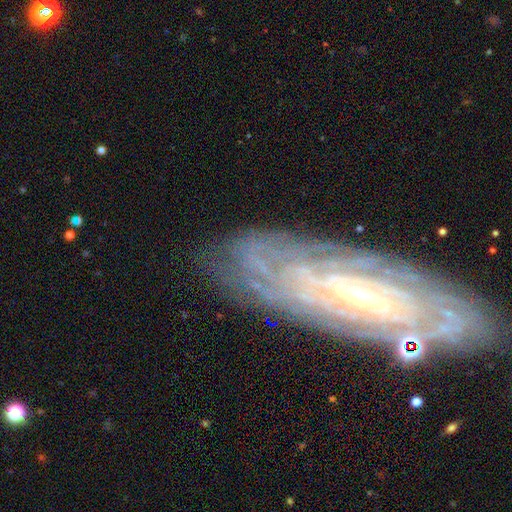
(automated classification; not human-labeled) A featured or disk galaxy (77%) with no bar (42%), tight (72%) spiral arms (84%) and a small central bulge (55%).

Vote fractions:
- Smooth or featured? featured or disk: 77% / smooth: 12% / star or artifact: 12%
- Edge-on disk? no: 87% / yes: 13%
- Bar? no: 42% / weak: 33% / strong: 25%
- Spiral arms? yes: 84% / no: 16%
- Spiral winding? tight: 72% / medium: 22% / loose: 7%
- Spiral arm count? can't tell: 50% / 2: 14% / 3: 11% / 4: 9% / more than 4: 8% / 1: 7%
- Bulge size? small: 55% / moderate: 33% / none: 6% / large: 4% / dominant: 2%
- Merging? none: 69% / minor disturbance: 18% / major disturbance: 10% / merger: 3%